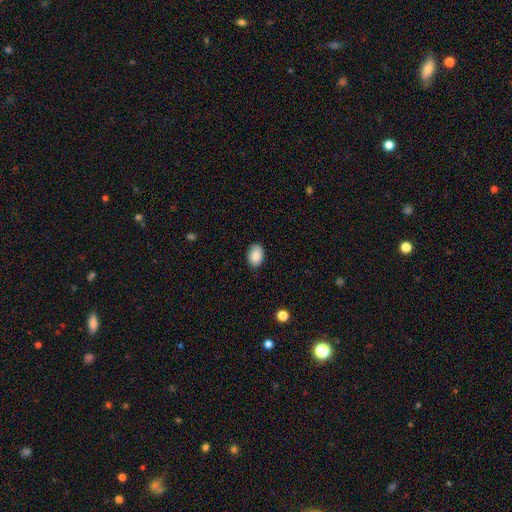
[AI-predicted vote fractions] The model was most divided on "merging": none: 82%, minor disturbance: 14%, major disturbance: 2%, merger: 1%. More confident: smooth or featured — smooth (88%); how rounded — in between (85%).